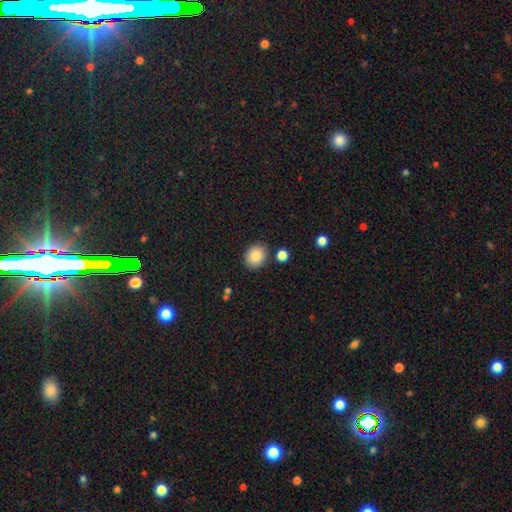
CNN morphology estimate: smooth 87%, star or artifact 8%, featured or disk 5%. Down the decision tree: how rounded — round (58%); merging — none (84%).